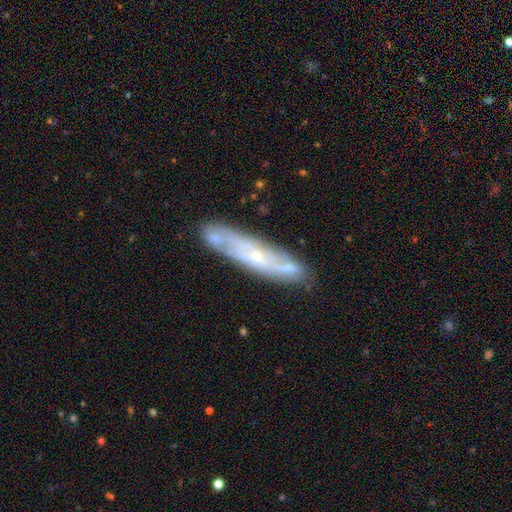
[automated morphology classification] A featured or disk galaxy (70%).

Vote fractions:
- Smooth or featured? featured or disk: 70% / smooth: 23% / star or artifact: 7%
- Edge-on disk? no: 58% / yes: 42%
- Merging? none: 75% / minor disturbance: 16% / merger: 5% / major disturbance: 4%